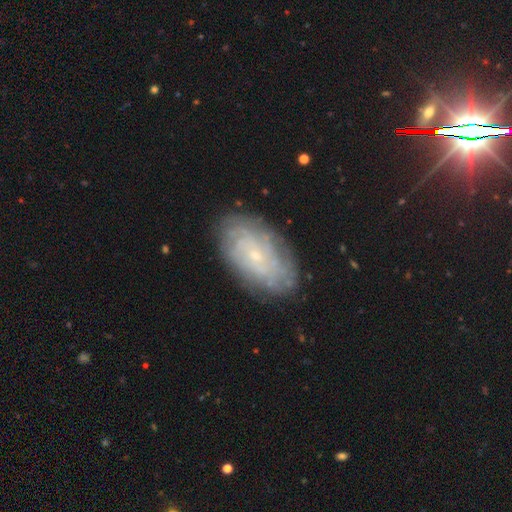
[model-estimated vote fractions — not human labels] A featured or disk galaxy (71%) with no bar (76%), tight (76%) spiral arms (88%) and a small central bulge (84%).

Vote fractions:
- Smooth or featured? featured or disk: 71% / smooth: 20% / star or artifact: 8%
- Edge-on disk? no: 95% / yes: 5%
- Bar? no: 76% / weak: 20% / strong: 4%
- Spiral arms? yes: 88% / no: 12%
- Spiral winding? tight: 76% / medium: 18% / loose: 6%
- Spiral arm count? can't tell: 56% / more than 4: 13% / 4: 11% / 2: 8% / 3: 7% / 1: 5%
- Bulge size? small: 84% / moderate: 11% / none: 2% / large: 1% / dominant: 1%
- Merging? none: 83% / minor disturbance: 13% / major disturbance: 4% / merger: 1%